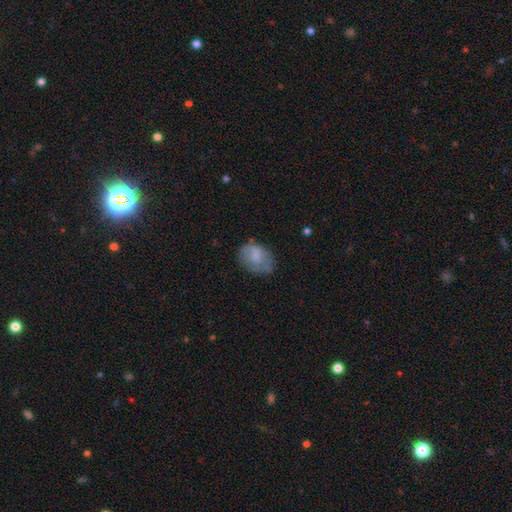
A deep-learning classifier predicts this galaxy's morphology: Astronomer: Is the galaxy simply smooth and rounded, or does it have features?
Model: smooth — 68%.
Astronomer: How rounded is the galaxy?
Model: in between — 76%.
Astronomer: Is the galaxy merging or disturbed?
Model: none — 54% (runner-up: minor disturbance, 30%).